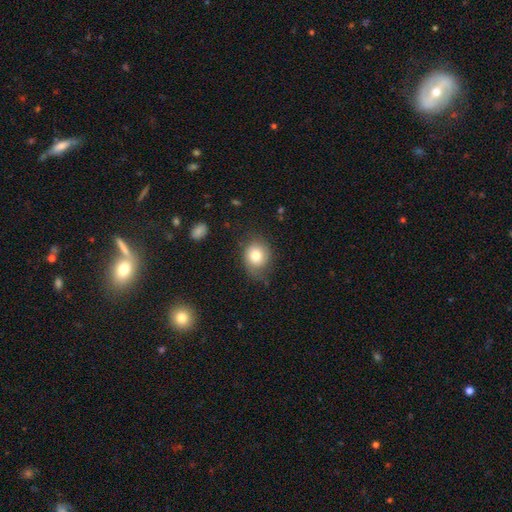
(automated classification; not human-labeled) Smooth or featured? smooth (75%)
How rounded? round (67%)
Merging? none (60%)